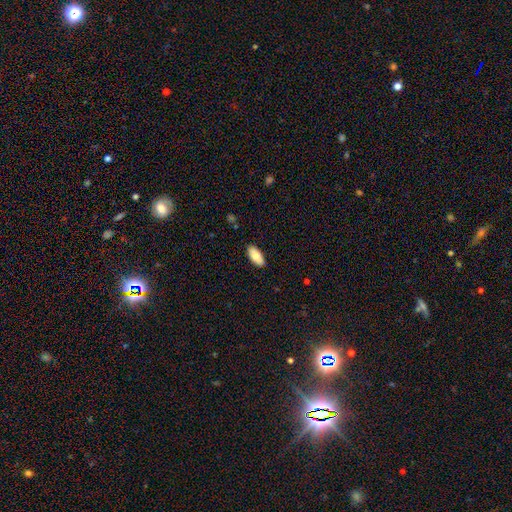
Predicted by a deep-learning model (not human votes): smooth 80%, featured or disk 14%, star or artifact 6%. Down the decision tree: how rounded — in between (89%); merging — none (89%).